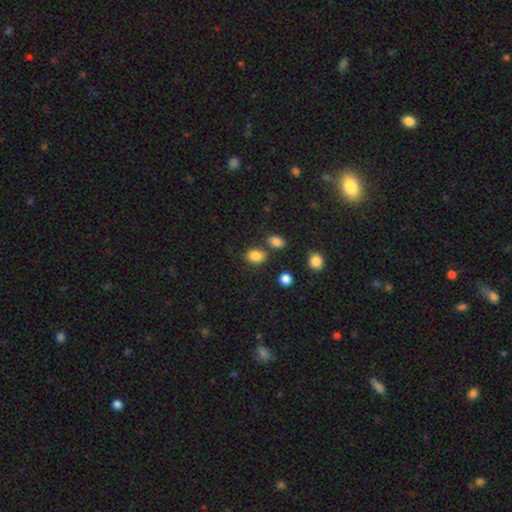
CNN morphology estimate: A smooth galaxy with no disk features (85%) that is in between round and cigar-shaped (69%).

Vote fractions:
- Smooth or featured? smooth: 85% / star or artifact: 11% / featured or disk: 5%
- How rounded? in between: 69% / round: 30% / cigar-shaped: 1%
- Merging? none: 72% / minor disturbance: 13% / merger: 11% / major disturbance: 4%